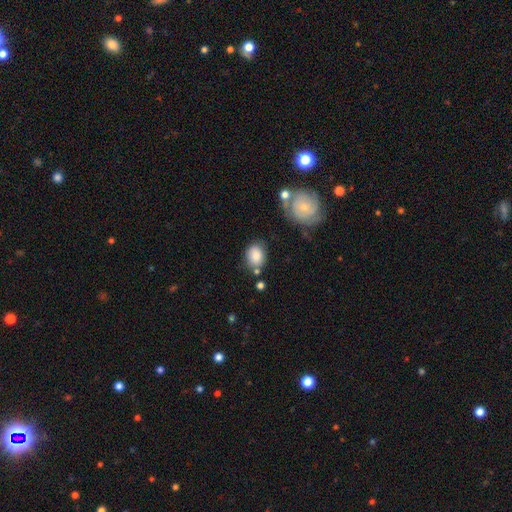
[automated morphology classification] A smooth galaxy with no disk features (80%) that is in between round and cigar-shaped (55%).

Vote fractions:
- Smooth or featured? smooth: 80% / featured or disk: 12% / star or artifact: 8%
- How rounded? in between: 55% / round: 44% / cigar-shaped: 1%
- Merging? none: 67% / minor disturbance: 17% / merger: 10% / major disturbance: 5%